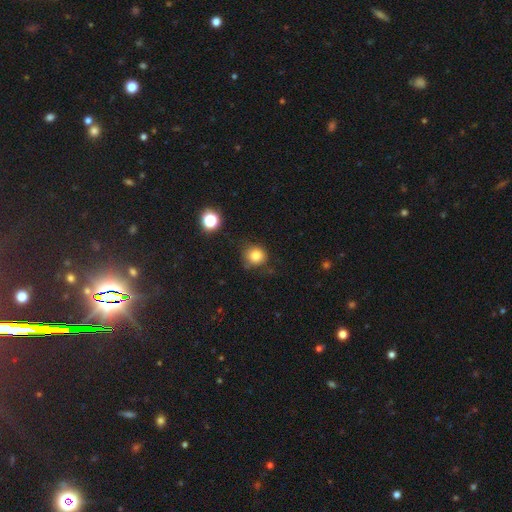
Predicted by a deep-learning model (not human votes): The model was most divided on "merging": none: 76%, minor disturbance: 17%, major disturbance: 4%, merger: 3%. More confident: how rounded — round (87%); smooth or featured — smooth (81%).